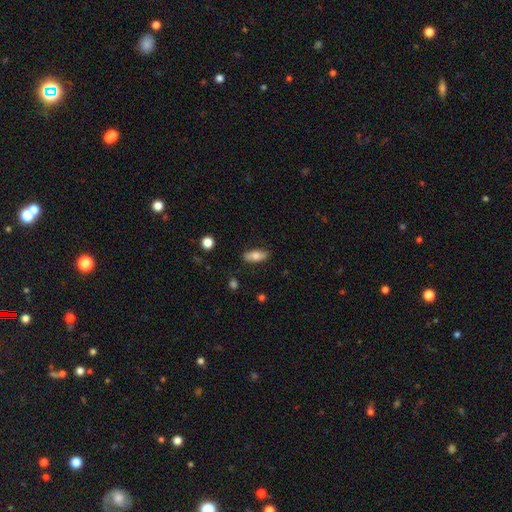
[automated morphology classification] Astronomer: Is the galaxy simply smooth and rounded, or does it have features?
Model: smooth — 74%.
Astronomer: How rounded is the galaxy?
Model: in between — 78%.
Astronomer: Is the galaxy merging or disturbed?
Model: none — 84%.